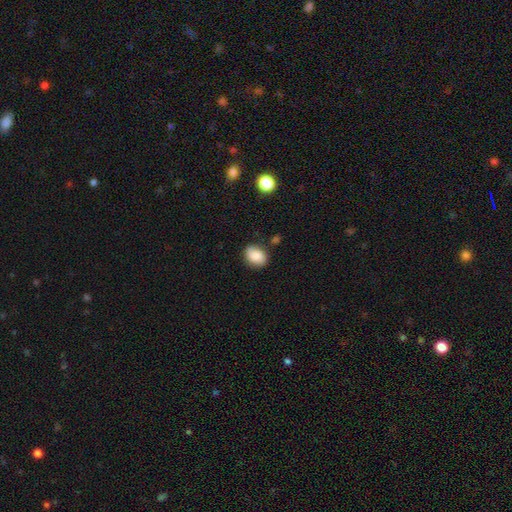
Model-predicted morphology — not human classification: Q: Smooth or featured?
A: smooth (78%); runner-up: featured or disk (13%)
Q: How rounded?
A: in between (53%); runner-up: round (46%)
Q: Merging?
A: none (74%); runner-up: minor disturbance (19%)